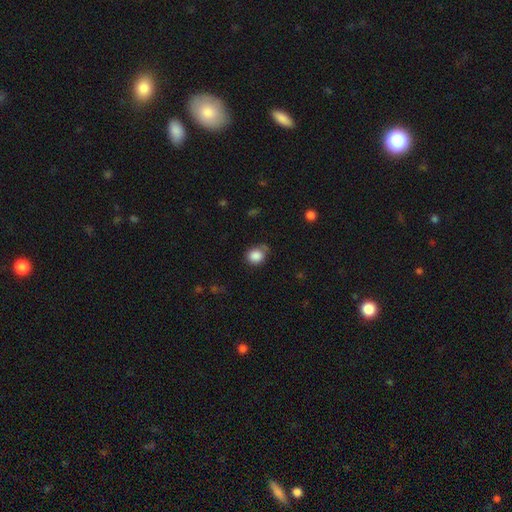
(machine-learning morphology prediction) A smooth galaxy with no disk features (86%) that is round (73%). Merging: none (62%).